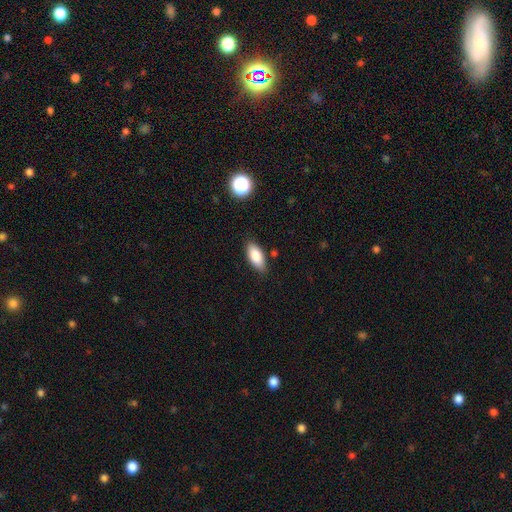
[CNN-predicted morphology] A smooth galaxy with no disk features (84%) that is in between round and cigar-shaped (87%). Merging: none (85%).